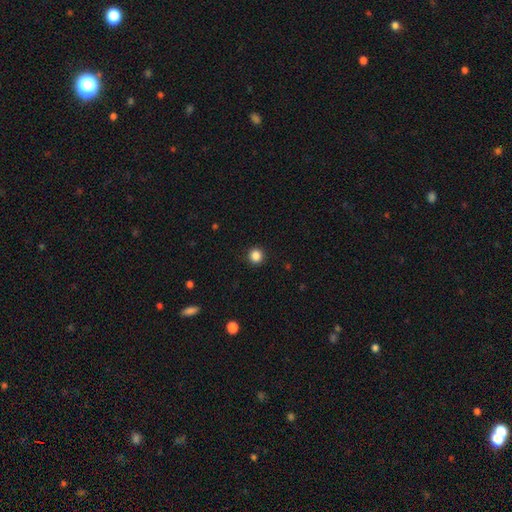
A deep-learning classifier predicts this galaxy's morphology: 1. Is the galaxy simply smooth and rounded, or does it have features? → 86% smooth, 11% star or artifact, 3% featured or disk.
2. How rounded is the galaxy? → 92% round, 7% in between, 1% cigar-shaped.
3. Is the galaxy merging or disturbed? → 92% none, 5% minor disturbance, 2% major disturbance, 1% merger.